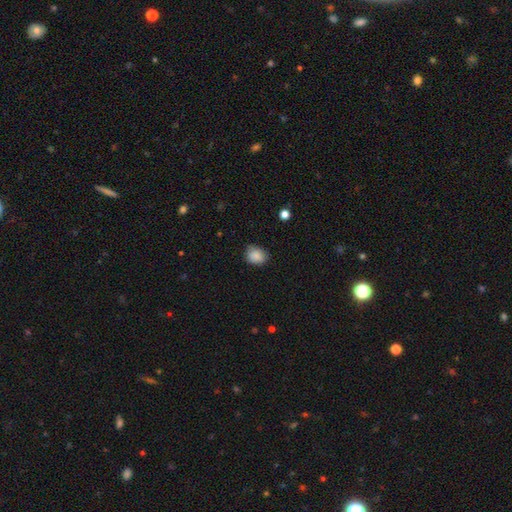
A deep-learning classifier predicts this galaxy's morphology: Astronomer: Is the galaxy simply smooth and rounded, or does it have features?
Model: smooth — 85%.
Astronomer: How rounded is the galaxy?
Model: round — 51% (runner-up: in between, 48%).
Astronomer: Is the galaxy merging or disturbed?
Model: none — 70%.